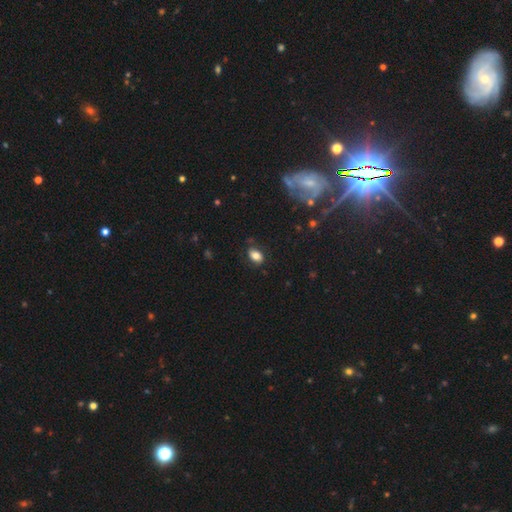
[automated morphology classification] smooth 78%, featured or disk 13%, star or artifact 9%. Down the decision tree: how rounded — in between (85%); merging — none (76%).